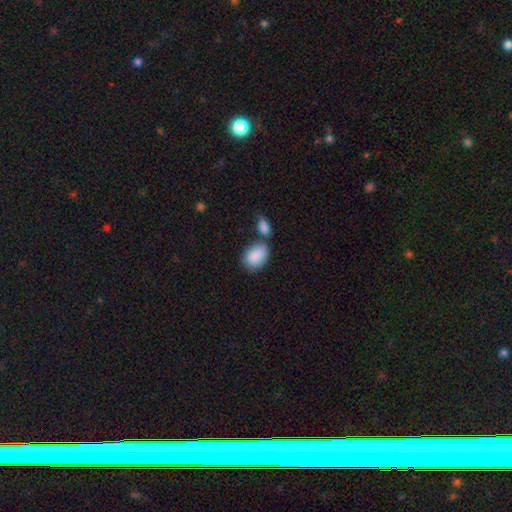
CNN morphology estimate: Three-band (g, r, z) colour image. It shows a smooth galaxy with no disk features (87%) that is in between round and cigar-shaped (84%). Merging: none (48%).